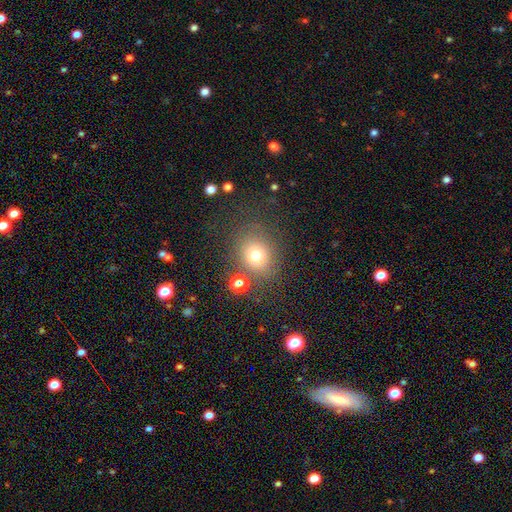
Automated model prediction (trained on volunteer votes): smooth 73%, star or artifact 16%, featured or disk 11%. Down the decision tree: how rounded — round (66%); merging — none (74%).